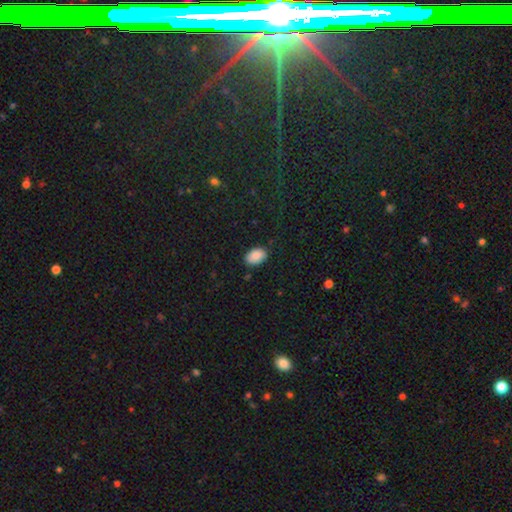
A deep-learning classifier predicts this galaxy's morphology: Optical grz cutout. It shows a smooth galaxy with no disk features (89%) that is in between round and cigar-shaped (87%). Merging: none (83%).